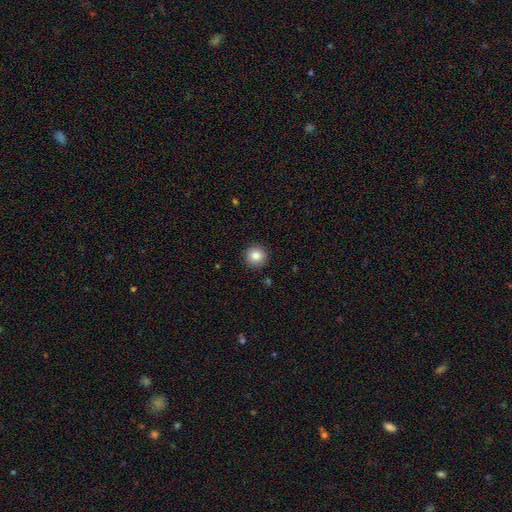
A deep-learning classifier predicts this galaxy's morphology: Smooth or featured? Predicted: smooth (p=0.84). How rounded? Predicted: round (p=0.95). Merging? Predicted: none (p=0.92).